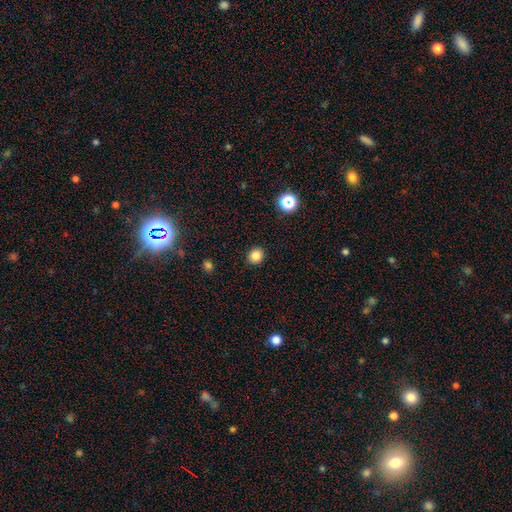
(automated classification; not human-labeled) Overall: smooth (83%). How rounded: round (83%). Merging: none (91%).